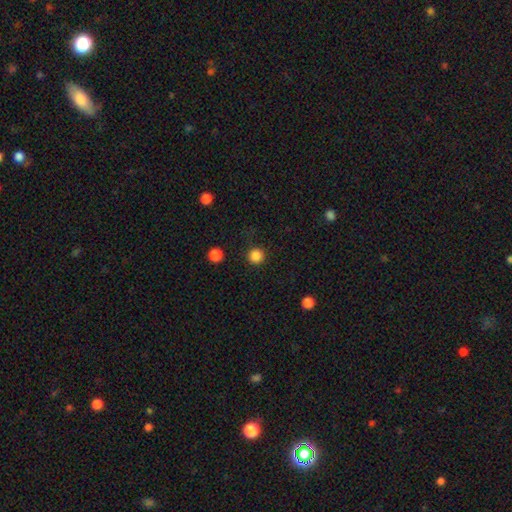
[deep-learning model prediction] smooth 85%, star or artifact 12%, featured or disk 3%. Down the decision tree: how rounded — round (96%); merging — none (91%).